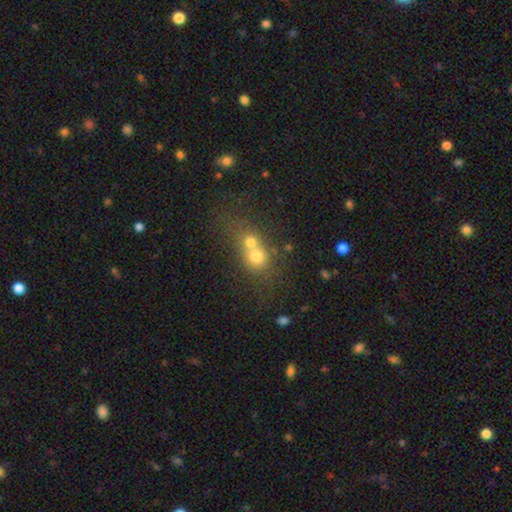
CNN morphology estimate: Smooth or featured?
  - smooth: 67% *
  - featured or disk: 20%
  - star or artifact: 13%
How rounded?
  - round: 73% *
  - in between: 25%
  - cigar-shaped: 2%
Merging?
  - merger: 68% *
  - none: 23%
  - minor disturbance: 5%
  - major disturbance: 4%